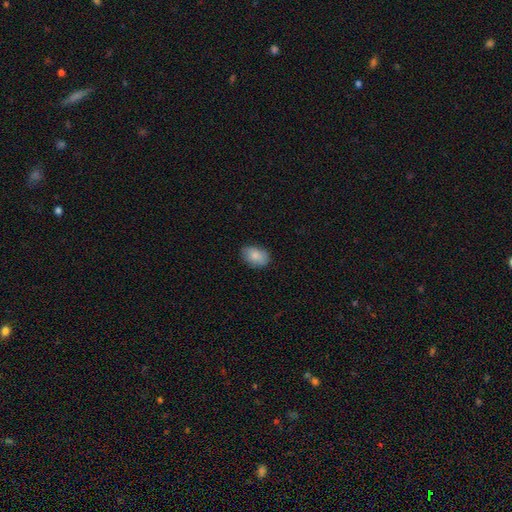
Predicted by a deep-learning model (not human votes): Q: Smooth or featured?
A: smooth (84%); runner-up: featured or disk (9%)
Q: How rounded?
A: in between (86%); runner-up: round (13%)
Q: Merging?
A: none (81%); runner-up: minor disturbance (15%)